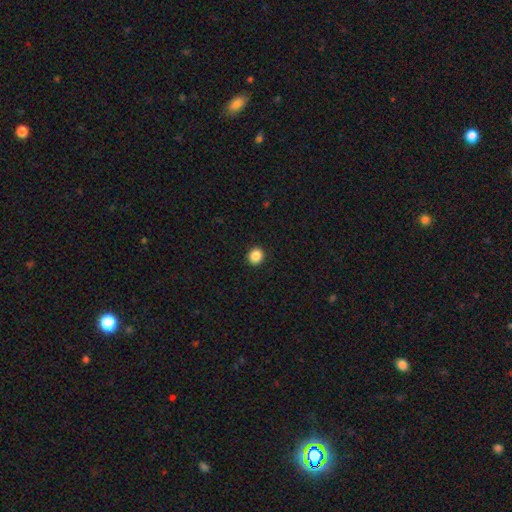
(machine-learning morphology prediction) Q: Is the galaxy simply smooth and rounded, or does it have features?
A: smooth — 88%.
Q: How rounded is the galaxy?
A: round — 85%.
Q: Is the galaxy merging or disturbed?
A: none — 93%.